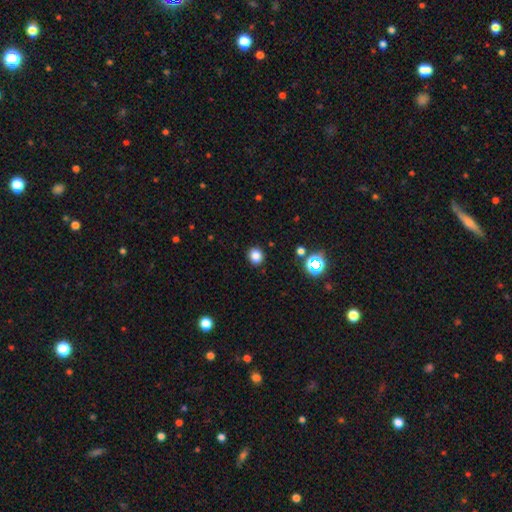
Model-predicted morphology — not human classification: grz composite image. It shows a smooth galaxy with no disk features (81%) that is round (83%). Merging: none (91%).